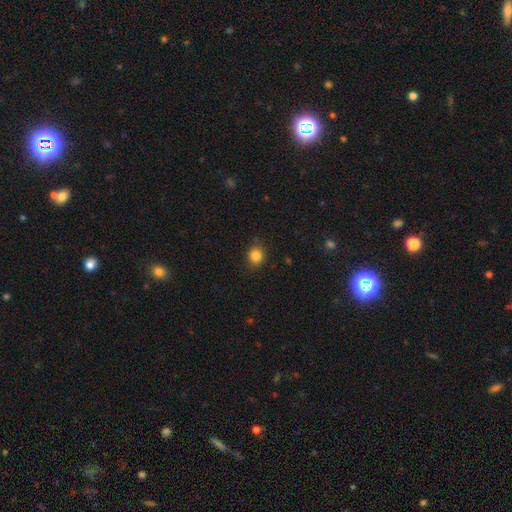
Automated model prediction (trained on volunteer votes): Smooth or featured? Predicted: smooth (p=0.85). How rounded? Predicted: round (p=0.85). Merging? Predicted: none (p=0.86).